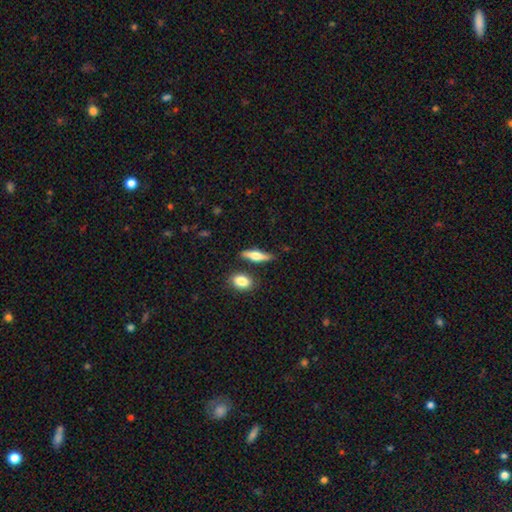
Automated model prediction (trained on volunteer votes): The model was most divided on "smooth or featured": smooth: 49%, featured or disk: 44%, star or artifact: 7%. More confident: merging — none (79%).